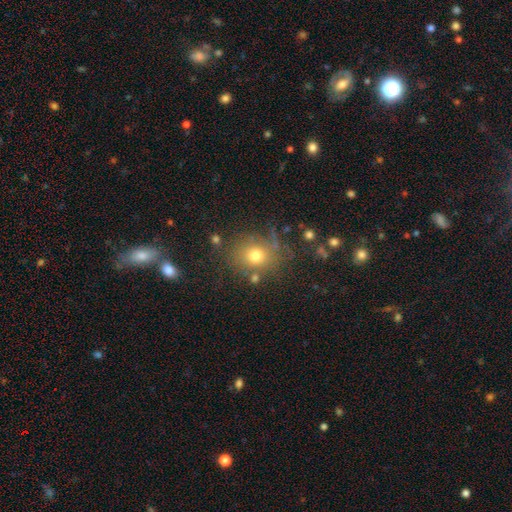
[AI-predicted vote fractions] Smooth or featured? smooth (71%)
How rounded? round (71%)
Merging? none (74%)